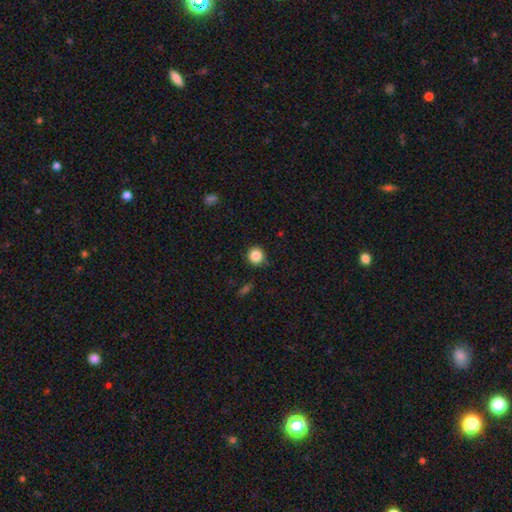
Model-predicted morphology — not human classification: smooth-or-featured: smooth: 86% | star or artifact: 10% | featured or disk: 4%
  how-rounded: round: 92% | in between: 7% | cigar-shaped: 1%
  merging: none: 89% | minor disturbance: 7% | major disturbance: 2% | merger: 1%